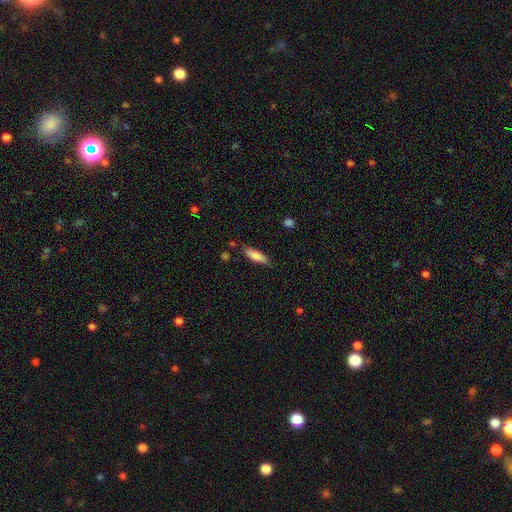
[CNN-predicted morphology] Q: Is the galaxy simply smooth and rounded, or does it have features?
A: smooth — 80%.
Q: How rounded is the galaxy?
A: cigar-shaped — 55%.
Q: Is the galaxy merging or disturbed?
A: none — 81%.